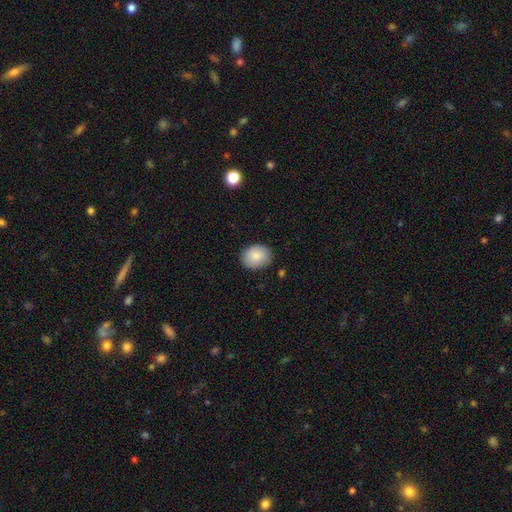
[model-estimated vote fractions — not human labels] Smooth or featured? Predicted: smooth (p=0.87). How rounded? Predicted: in between (p=0.53). Merging? Predicted: none (p=0.85).